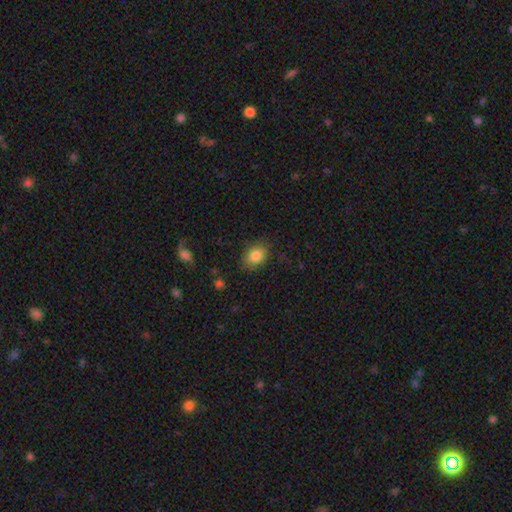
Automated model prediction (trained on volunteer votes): A smooth galaxy with no disk features (84%) that is in between round and cigar-shaped (62%). Merging: none (80%).